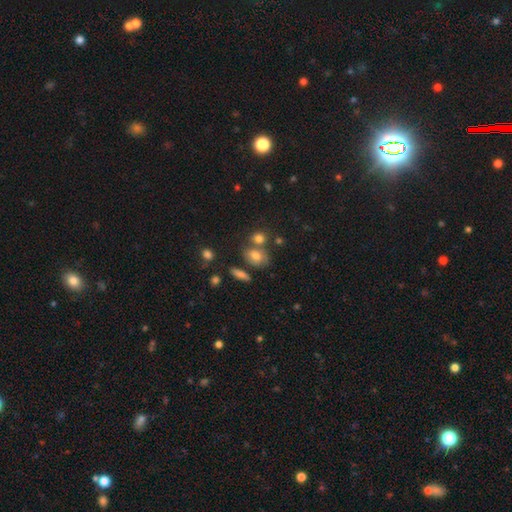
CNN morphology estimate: Smooth or featured? smooth (73%)
How rounded? in between (58%)
Merging? none (49%)